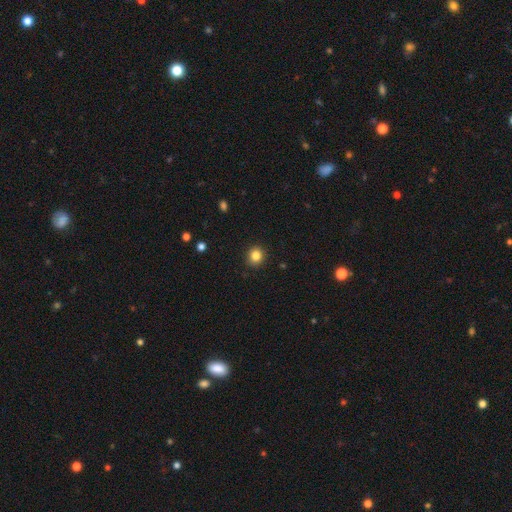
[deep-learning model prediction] Morphology: type=smooth (84%); roundness=round (88%); merging=none (91%).